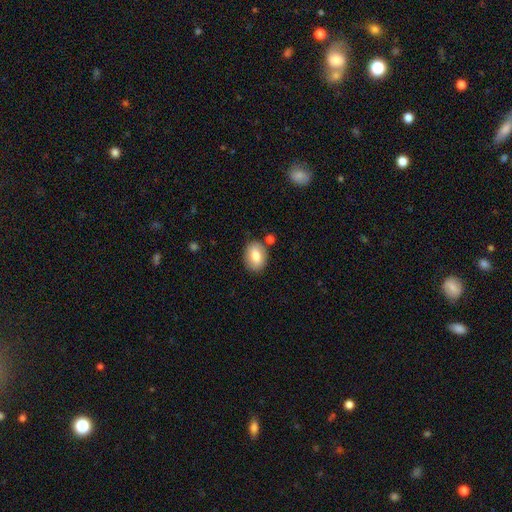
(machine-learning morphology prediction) Smooth or featured: smooth — 80% (featured or disk — 13%)
How rounded: in between — 77% (round — 22%)
Merging: none — 79% (minor disturbance — 13%)